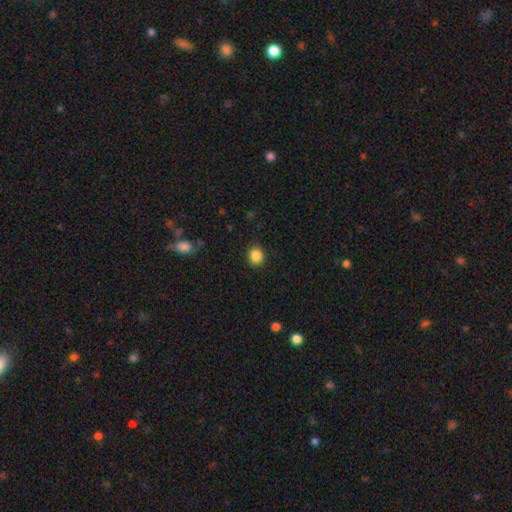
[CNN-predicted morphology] Smooth or featured?
  - smooth: 86% *
  - star or artifact: 10%
  - featured or disk: 4%
How rounded?
  - round: 80% *
  - in between: 19%
  - cigar-shaped: 1%
Merging?
  - none: 89% *
  - minor disturbance: 8%
  - major disturbance: 2%
  - merger: 1%